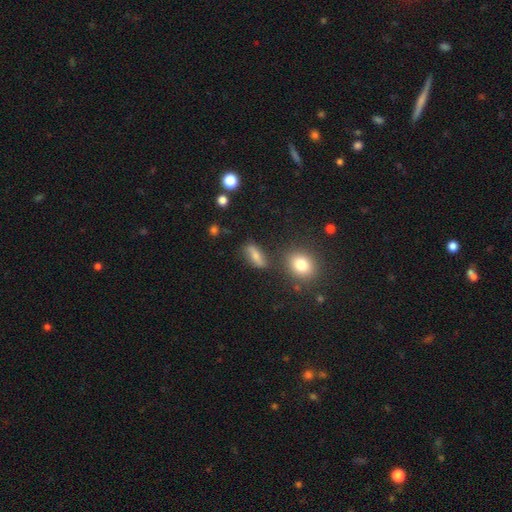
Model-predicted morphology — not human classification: smooth-or-featured: smooth: 63% | featured or disk: 26% | star or artifact: 12%
  how-rounded: in between: 64% | cigar-shaped: 26% | round: 10%
  merging: none: 70% | minor disturbance: 18% | merger: 6% | major disturbance: 6%